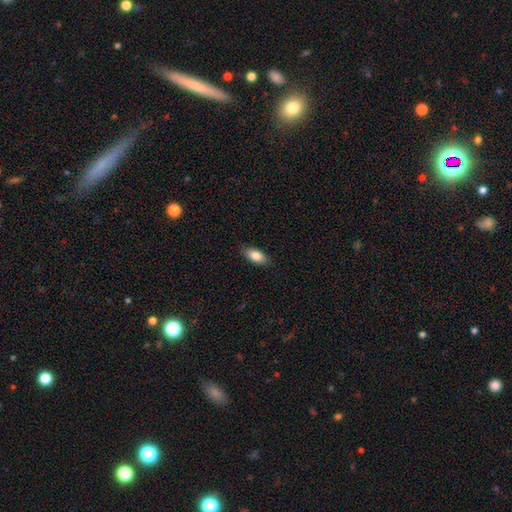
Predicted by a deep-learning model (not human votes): smooth-or-featured: smooth: 85% | featured or disk: 8% | star or artifact: 7%
  how-rounded: in between: 89% | cigar-shaped: 8% | round: 3%
  merging: none: 87% | minor disturbance: 10% | major disturbance: 2% | merger: 1%